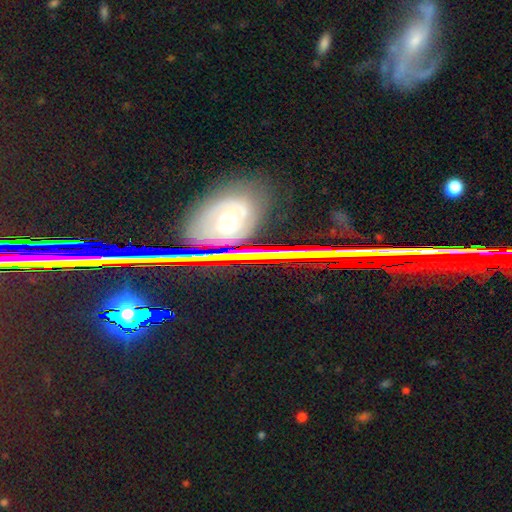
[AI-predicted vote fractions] smooth-or-featured: star or artifact: 49% | featured or disk: 33% | smooth: 18%